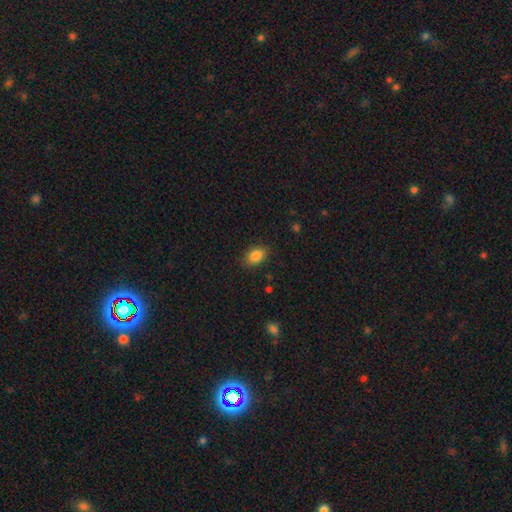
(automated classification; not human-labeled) Morphology: type=smooth (85%); roundness=in between (83%); merging=none (85%).